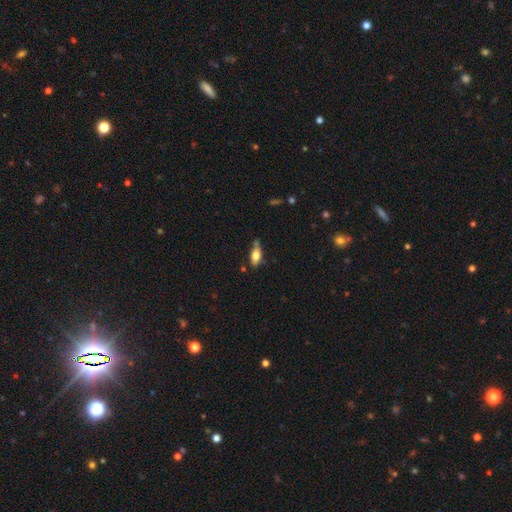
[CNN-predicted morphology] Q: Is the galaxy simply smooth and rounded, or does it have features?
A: smooth — 66%.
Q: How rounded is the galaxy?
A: in between — 78%.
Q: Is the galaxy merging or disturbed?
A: none — 62%.